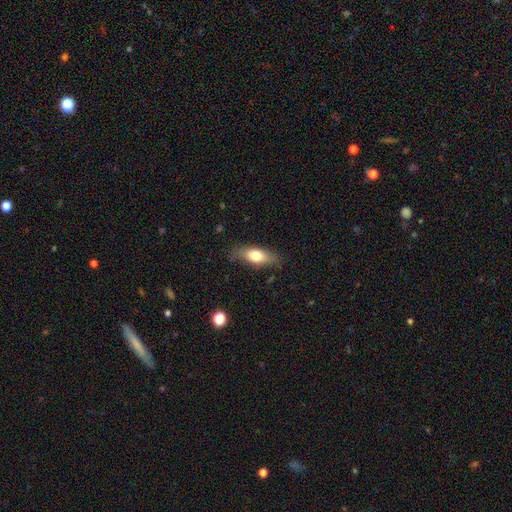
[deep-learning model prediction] The model was most divided on "how rounded": in between: 69%, cigar-shaped: 27%, round: 4%. More confident: merging — none (79%); smooth or featured — smooth (69%).